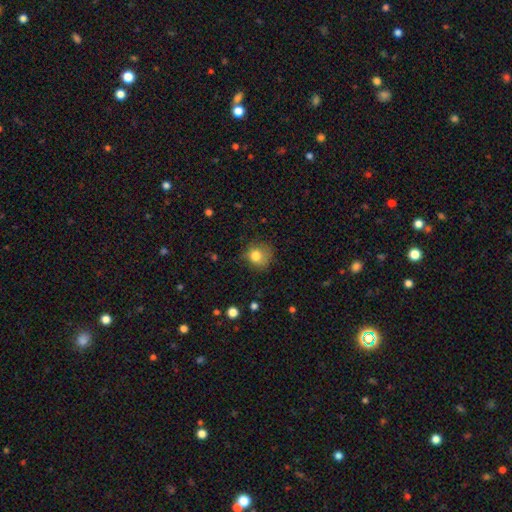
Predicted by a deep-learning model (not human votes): Smooth or featured? Predicted: smooth (p=0.78). How rounded? Predicted: round (p=0.79). Merging? Predicted: none (p=0.59).